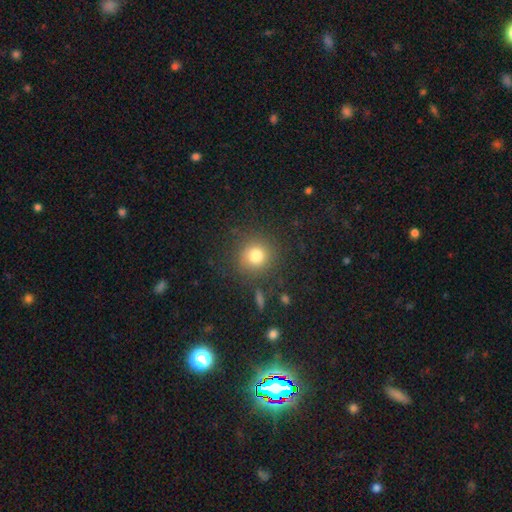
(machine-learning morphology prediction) Overall: smooth (79%). How rounded: round (90%). Merging: none (83%).